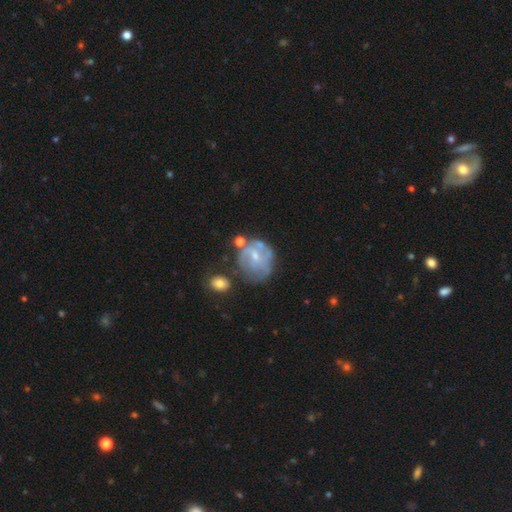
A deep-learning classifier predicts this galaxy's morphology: Smooth or featured?
  - featured or disk: 67% *
  - smooth: 25%
  - star or artifact: 8%
Edge-on disk?
  - no: 98% *
  - yes: 2%
Bar?
  - no: 57% *
  - weak: 36%
  - strong: 6%
Spiral arms?
  - yes: 70% *
  - no: 30%
Bulge size?
  - small: 61% *
  - moderate: 31%
  - none: 6%
  - large: 1%
  - dominant: 1%
Merging?
  - none: 48% *
  - minor disturbance: 24%
  - major disturbance: 17%
  - merger: 11%